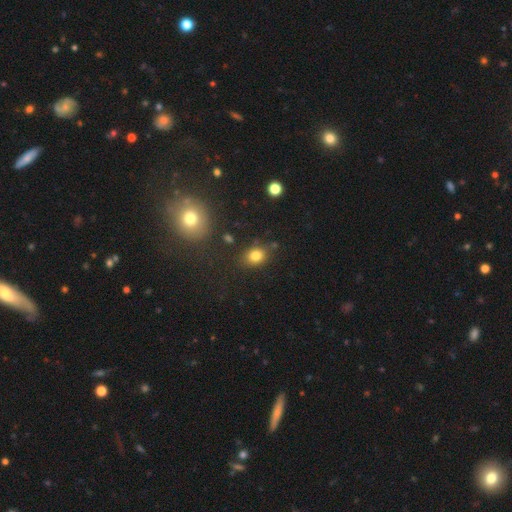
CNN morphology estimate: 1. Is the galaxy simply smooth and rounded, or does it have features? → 80% smooth, 12% star or artifact, 7% featured or disk.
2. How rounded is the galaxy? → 53% in between, 45% round, 1% cigar-shaped.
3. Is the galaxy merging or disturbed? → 77% none, 14% minor disturbance, 4% merger, 4% major disturbance.